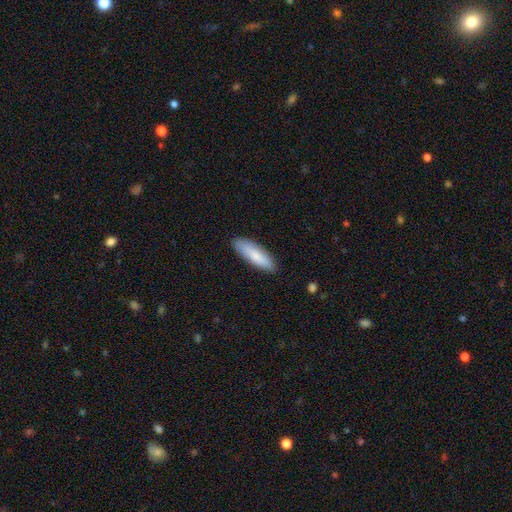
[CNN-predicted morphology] type=smooth (80%); roundness=cigar-shaped (57%); merging=none (88%).